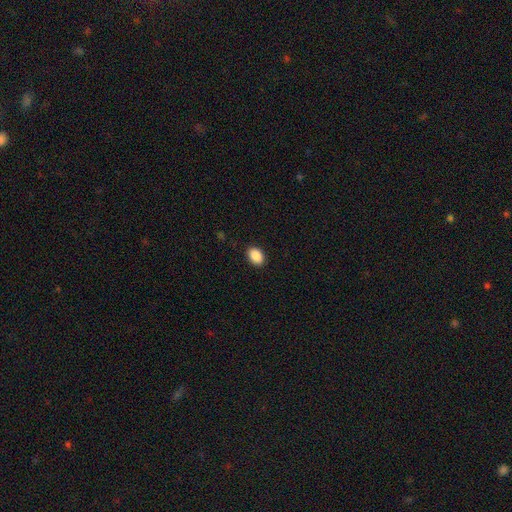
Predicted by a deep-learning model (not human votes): A smooth galaxy with no disk features (90%) that is in between round and cigar-shaped (83%).

Vote fractions:
- Smooth or featured? smooth: 90% / star or artifact: 7% / featured or disk: 3%
- How rounded? in between: 83% / round: 16% / cigar-shaped: 1%
- Merging? none: 90% / minor disturbance: 7% / major disturbance: 2% / merger: 1%